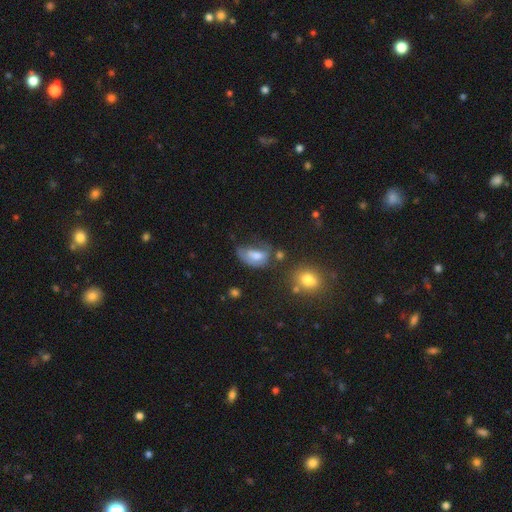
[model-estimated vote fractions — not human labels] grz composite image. It shows a smooth galaxy with no disk features (53%) that is in between round and cigar-shaped (86%). Merging: major disturbance (31%, tied with minor disturbance).